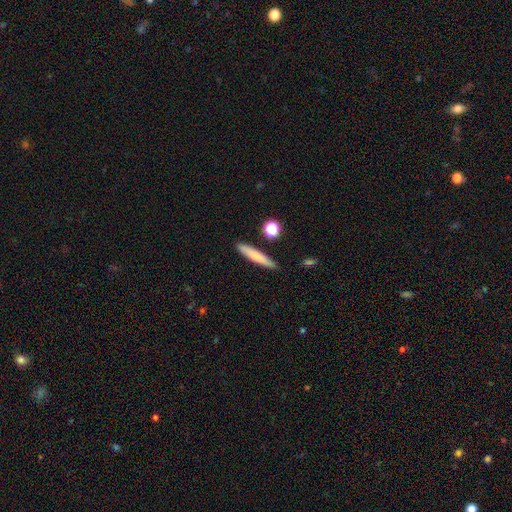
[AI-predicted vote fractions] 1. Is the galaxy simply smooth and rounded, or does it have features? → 73% smooth, 21% featured or disk, 7% star or artifact.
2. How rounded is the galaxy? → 91% cigar-shaped, 7% in between, 2% round.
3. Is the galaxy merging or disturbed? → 88% none, 8% minor disturbance, 2% merger, 2% major disturbance.